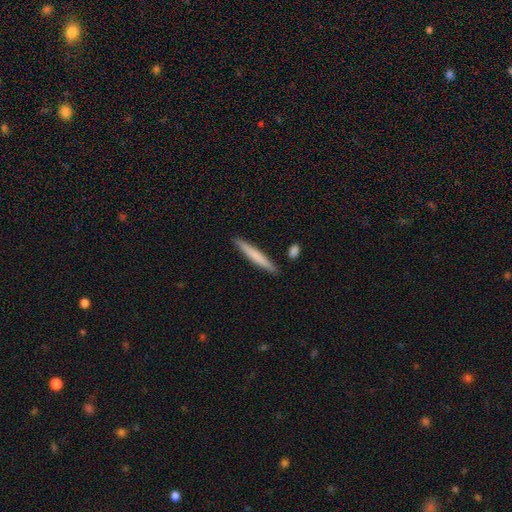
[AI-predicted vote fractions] Smooth or featured: smooth — 70% (featured or disk — 25%)
How rounded: cigar-shaped — 96% (in between — 3%)
Merging: none — 88% (minor disturbance — 7%)